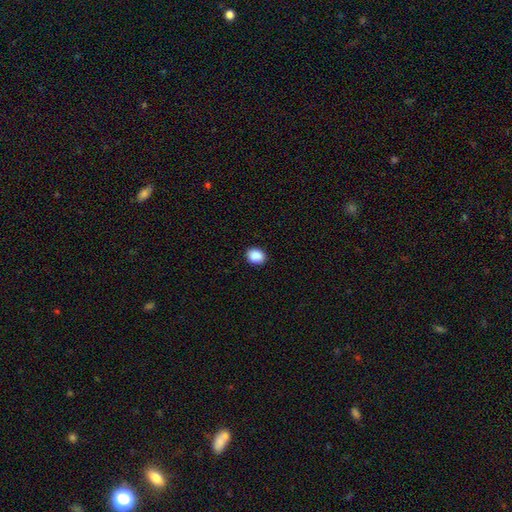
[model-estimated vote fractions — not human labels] smooth_or_featured: smooth (p=0.90) [alt: star or artifact p=0.08]
how_rounded: round (p=0.50) [tied with: in between p=0.50]
merging: none (p=0.90) [alt: minor disturbance p=0.07]